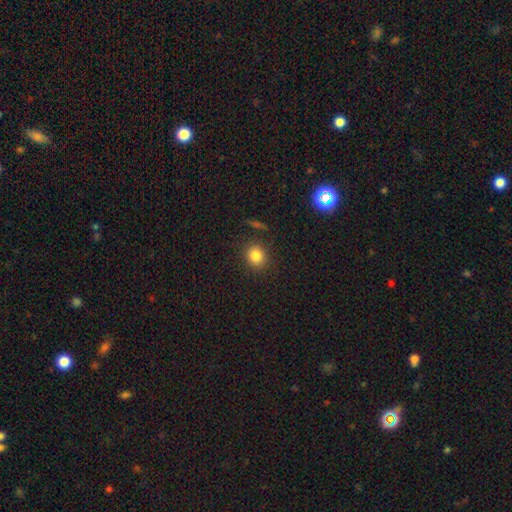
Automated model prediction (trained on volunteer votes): Smooth or featured: smooth — 83% (star or artifact — 12%)
How rounded: round — 81% (in between — 18%)
Merging: none — 85% (minor disturbance — 9%)